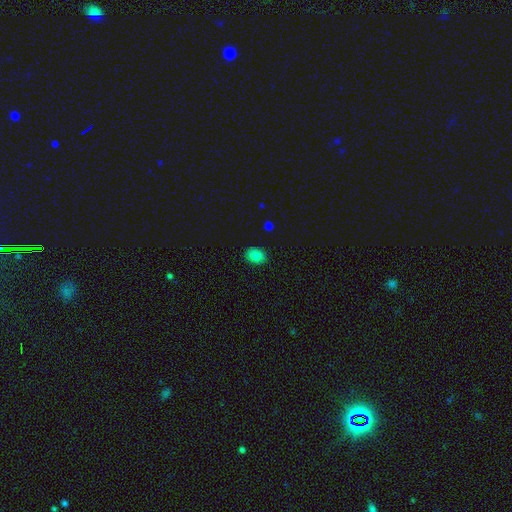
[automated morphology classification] Smooth or featured?
  - smooth: 82% *
  - star or artifact: 10%
  - featured or disk: 8%
How rounded?
  - in between: 64% *
  - round: 35%
  - cigar-shaped: 1%
Merging?
  - none: 89% *
  - minor disturbance: 8%
  - major disturbance: 2%
  - merger: 1%